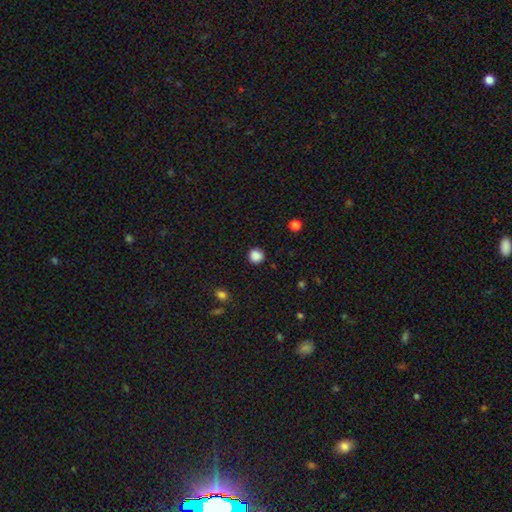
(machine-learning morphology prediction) The model was most divided on "smooth or featured": smooth: 87%, star or artifact: 11%, featured or disk: 3%. More confident: how rounded — round (92%); merging — none (90%).